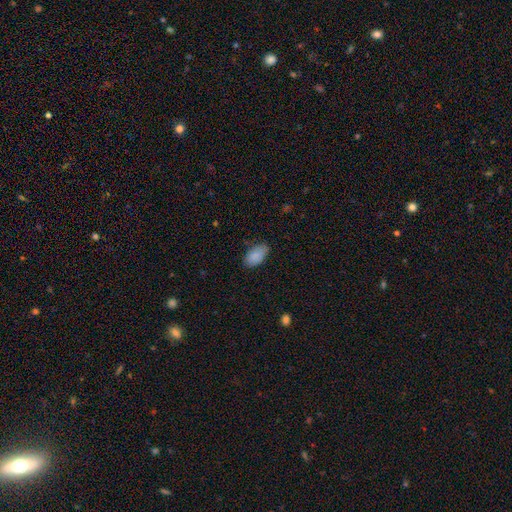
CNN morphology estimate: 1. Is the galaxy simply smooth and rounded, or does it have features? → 88% smooth, 7% star or artifact, 6% featured or disk.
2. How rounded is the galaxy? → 94% in between, 4% round, 2% cigar-shaped.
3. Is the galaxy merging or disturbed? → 76% none, 20% minor disturbance, 3% major disturbance, 1% merger.